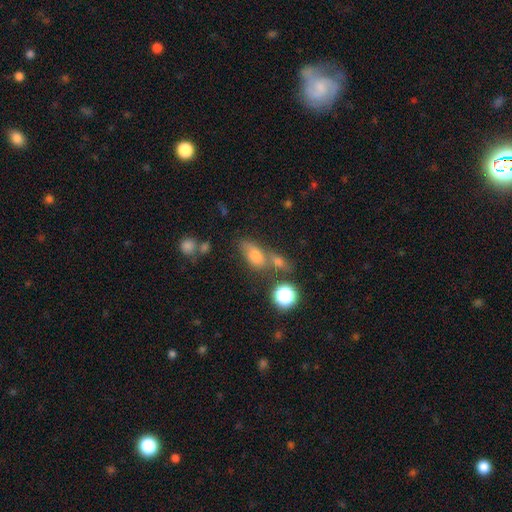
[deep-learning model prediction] smooth 70%, star or artifact 17%, featured or disk 14%. Down the decision tree: how rounded — in between (75%); merging — none (39%).